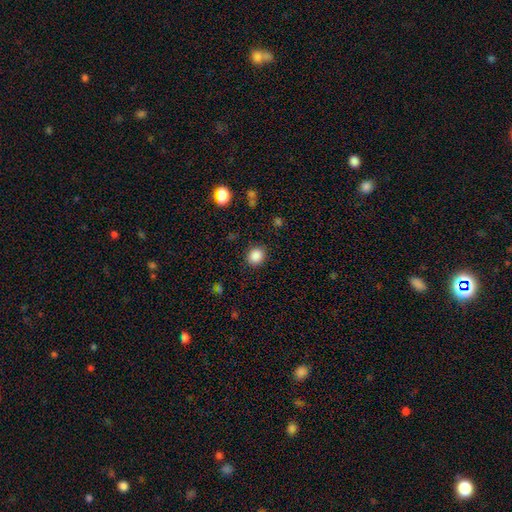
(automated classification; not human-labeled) Smooth or featured? Predicted: smooth (p=0.87). How rounded? Predicted: round (p=0.76). Merging? Predicted: none (p=0.88).